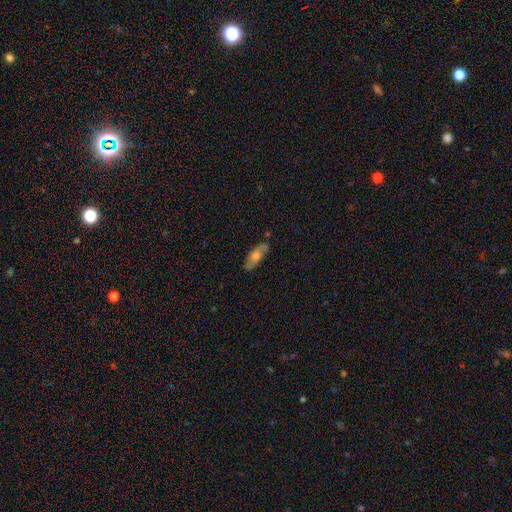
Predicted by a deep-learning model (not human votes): smooth-or-featured: smooth: 47% | featured or disk: 45% | star or artifact: 8%
  merging: none: 78% | minor disturbance: 16% | major disturbance: 3% | merger: 3%